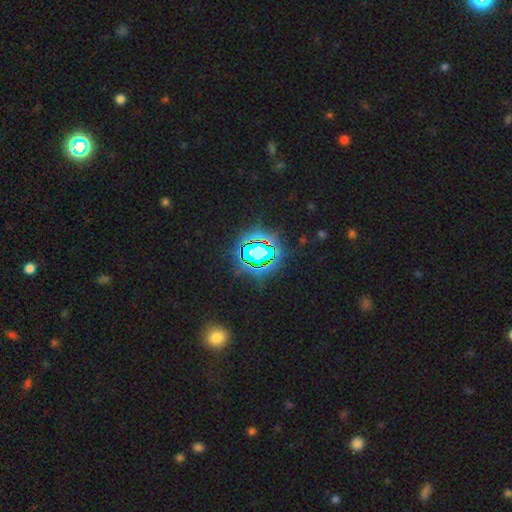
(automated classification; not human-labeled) This is likely a star or artifact rather than a galaxy (76%).